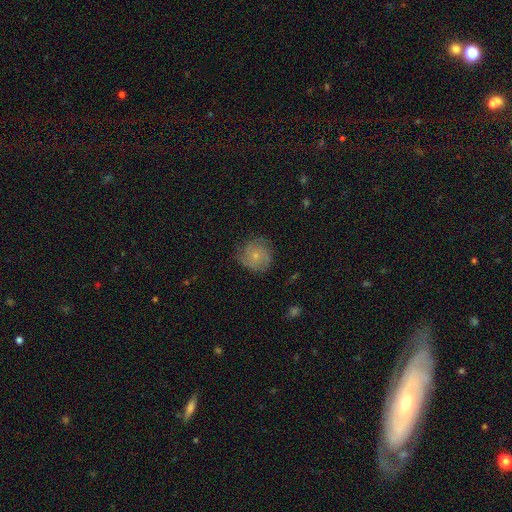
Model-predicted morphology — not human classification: Q: Smooth or featured?
A: featured or disk (54%); runner-up: smooth (37%)
Q: Edge-on disk?
A: no (98%); runner-up: yes (2%)
Q: Bar?
A: no (83%); runner-up: weak (14%)
Q: Spiral arms?
A: yes (88%); runner-up: no (12%)
Q: Bulge size?
A: small (71%); runner-up: moderate (23%)
Q: Merging?
A: none (73%); runner-up: minor disturbance (20%)